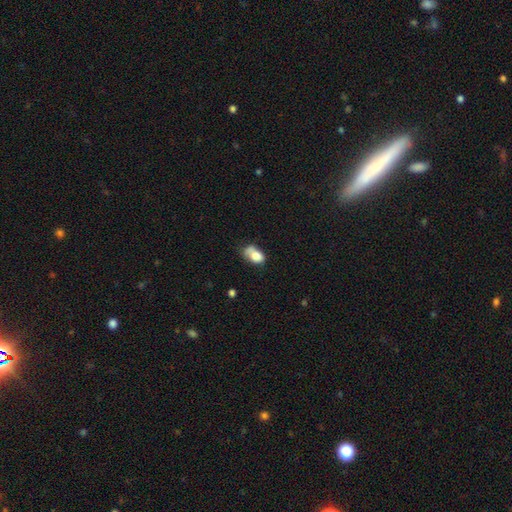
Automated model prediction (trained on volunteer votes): Smooth or featured?
  - smooth: 75% *
  - featured or disk: 16%
  - star or artifact: 9%
How rounded?
  - in between: 80% *
  - round: 18%
  - cigar-shaped: 2%
Merging?
  - minor disturbance: 31% *
  - none: 29%
  - major disturbance: 21%
  - merger: 19%